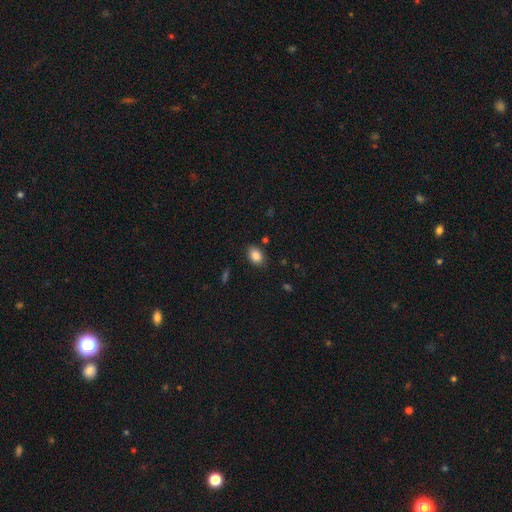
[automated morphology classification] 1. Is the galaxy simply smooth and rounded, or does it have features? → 86% smooth, 9% star or artifact, 5% featured or disk.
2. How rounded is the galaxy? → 79% in between, 19% round, 1% cigar-shaped.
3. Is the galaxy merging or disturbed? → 82% none, 13% minor disturbance, 3% major disturbance, 2% merger.